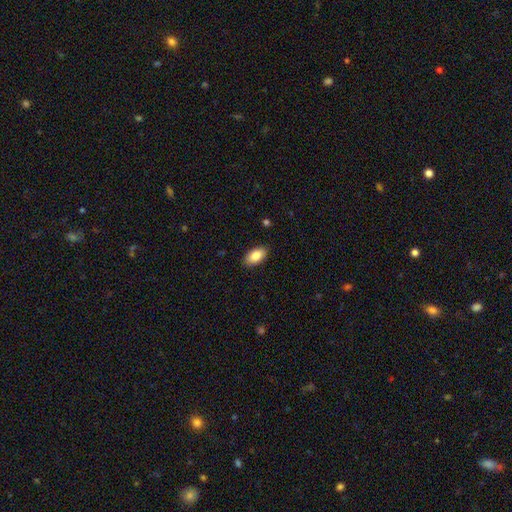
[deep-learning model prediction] Smooth or featured? Predicted: smooth (p=0.85). How rounded? Predicted: in between (p=0.94). Merging? Predicted: none (p=0.88).